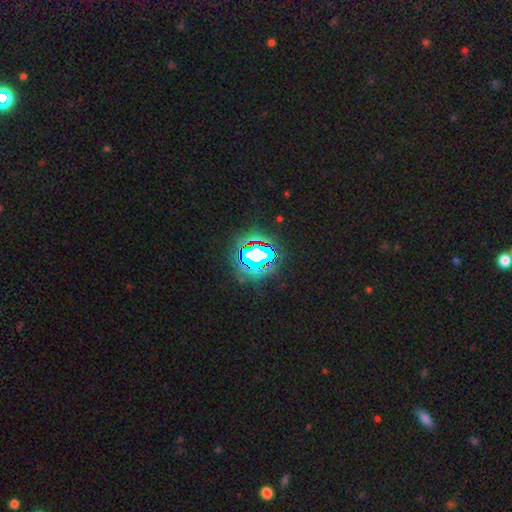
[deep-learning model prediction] Smooth or featured? star or artifact (80%)